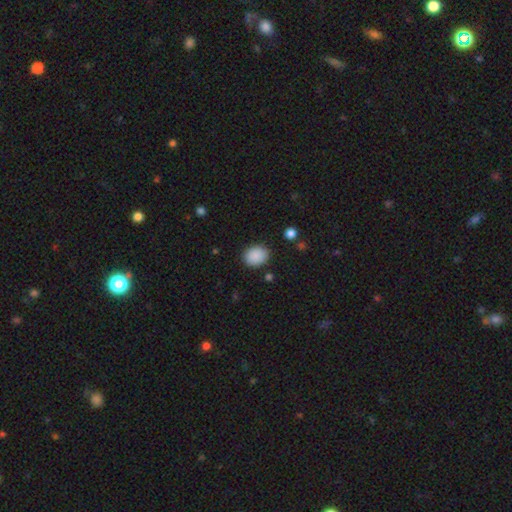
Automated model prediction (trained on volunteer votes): This appears to be a smooth galaxy with no disk features (89%) that is in between round and cigar-shaped (52%). Merging: none (86%).